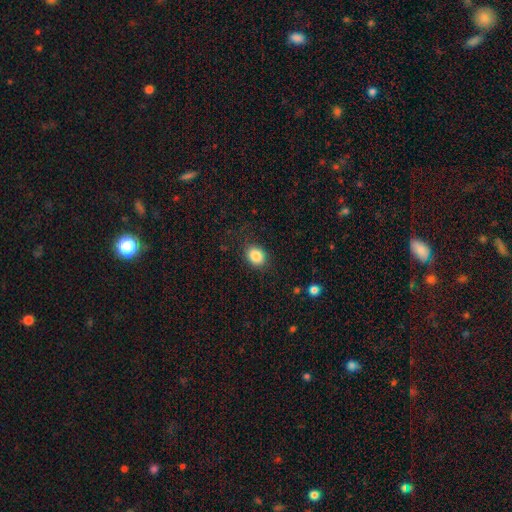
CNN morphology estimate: A smooth galaxy with no disk features (87%) that is in between round and cigar-shaped (54%). Merging: none (83%).